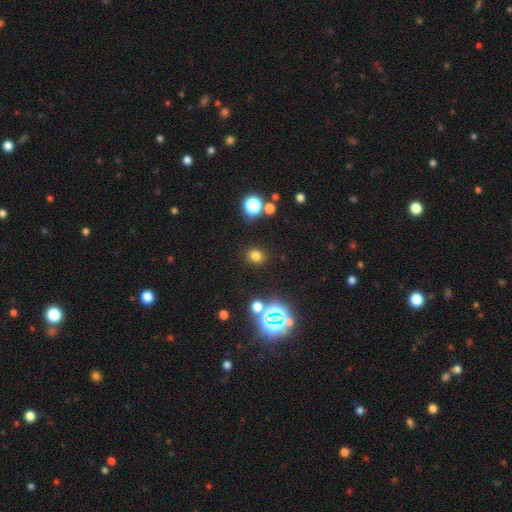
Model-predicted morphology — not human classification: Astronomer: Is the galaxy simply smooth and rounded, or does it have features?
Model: smooth — 73%.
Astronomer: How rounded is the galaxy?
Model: round — 76%.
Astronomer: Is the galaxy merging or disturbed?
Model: none — 87%.